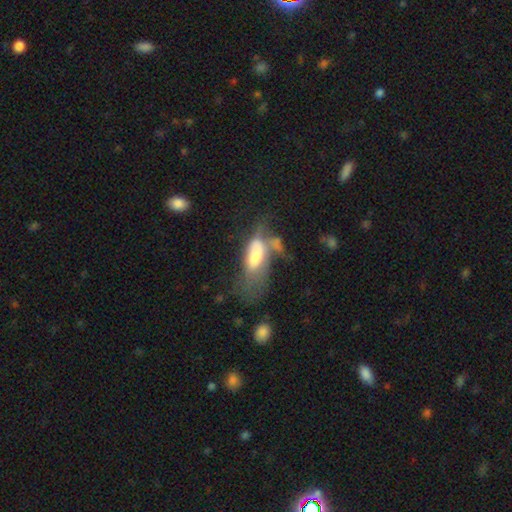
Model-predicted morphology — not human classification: smooth 57%, featured or disk 34%, star or artifact 9%. Down the decision tree: how rounded — in between (75%); merging — major disturbance (41%).